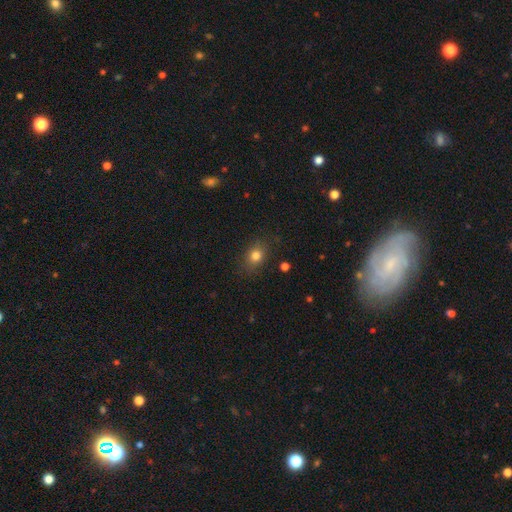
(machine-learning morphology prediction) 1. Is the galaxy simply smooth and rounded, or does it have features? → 80% smooth, 12% star or artifact, 8% featured or disk.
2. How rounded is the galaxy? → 53% in between, 46% round, 2% cigar-shaped.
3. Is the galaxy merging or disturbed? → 82% none, 13% minor disturbance, 4% major disturbance, 1% merger.